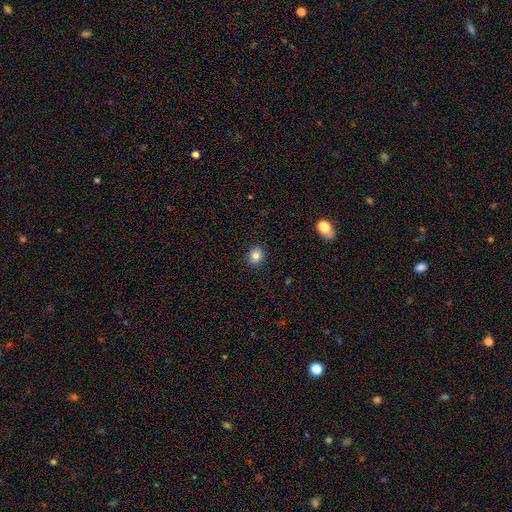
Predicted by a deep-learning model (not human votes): Smooth or featured? smooth (83%)
How rounded? round (78%)
Merging? none (90%)